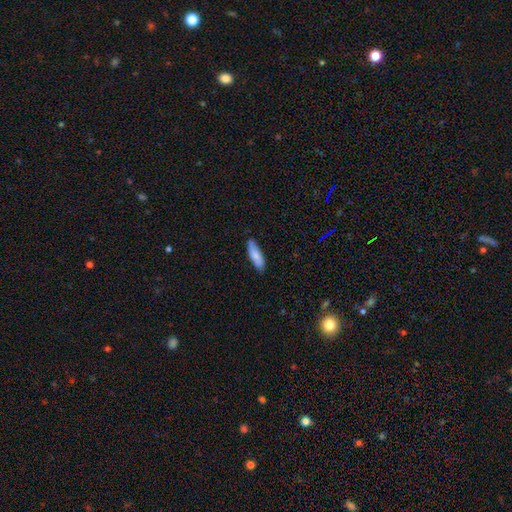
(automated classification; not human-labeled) Smooth or featured? smooth (81%)
How rounded? cigar-shaped (52%)
Merging? none (81%)